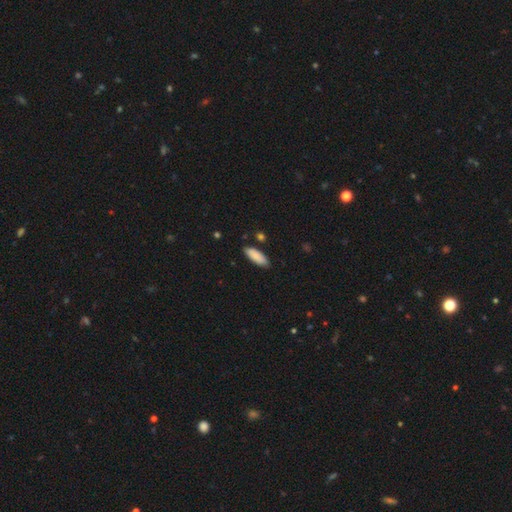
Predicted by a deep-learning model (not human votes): smooth_or_featured: smooth (p=0.88) [alt: featured or disk p=0.06]
how_rounded: in between (p=0.67) [alt: cigar-shaped p=0.31]
merging: none (p=0.85) [alt: minor disturbance p=0.11]